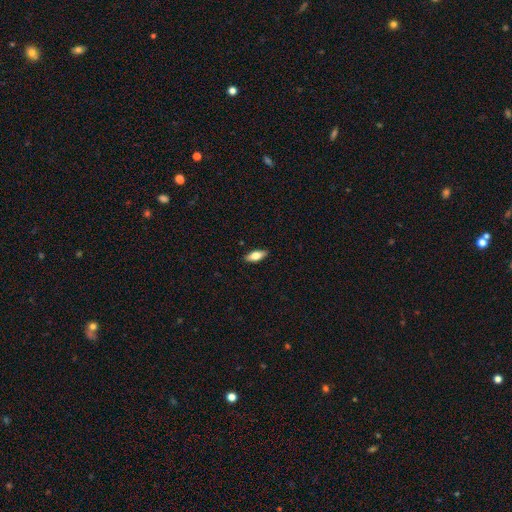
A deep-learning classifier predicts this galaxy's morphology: Smooth or featured: smooth — 67% (featured or disk — 27%)
How rounded: in between — 74% (cigar-shaped — 23%)
Merging: none — 89% (minor disturbance — 8%)